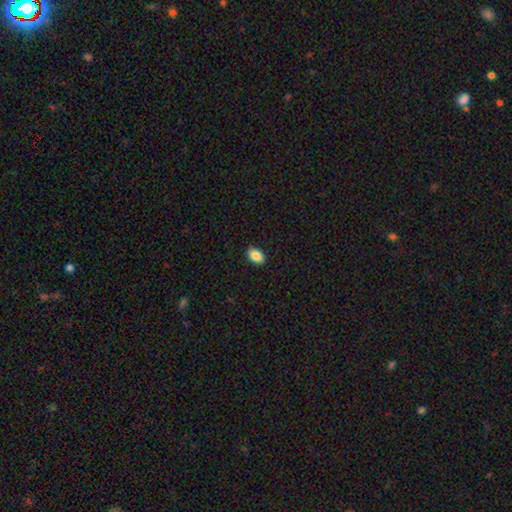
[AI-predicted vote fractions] A smooth galaxy with no disk features (88%) that is in between round and cigar-shaped (90%).

Vote fractions:
- Smooth or featured? smooth: 88% / star or artifact: 8% / featured or disk: 4%
- How rounded? in between: 90% / round: 9% / cigar-shaped: 1%
- Merging? none: 89% / minor disturbance: 8% / major disturbance: 2% / merger: 1%